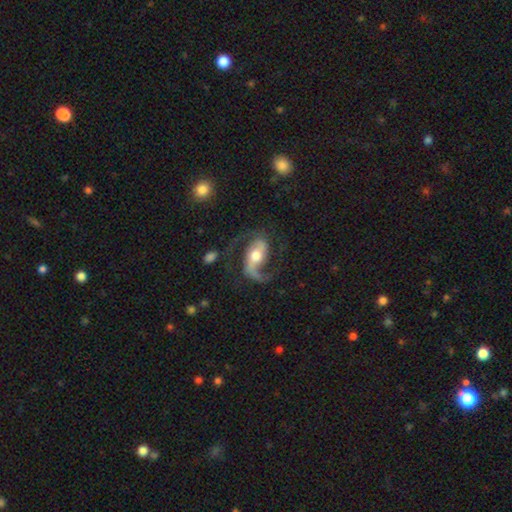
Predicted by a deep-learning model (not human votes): This appears to be a featured or disk galaxy (87%) with a strong bar (38%), 2 (82%) loose (49%) spiral arms (96%) and a moderate central bulge (67%). Merging: none (63%).